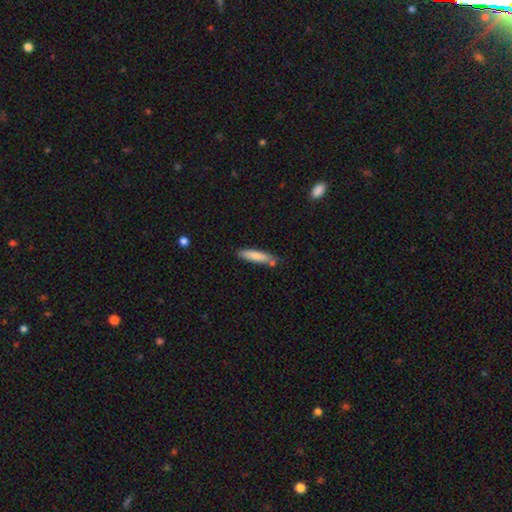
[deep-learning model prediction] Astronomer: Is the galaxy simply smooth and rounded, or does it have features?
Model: smooth — 82%.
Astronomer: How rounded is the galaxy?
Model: cigar-shaped — 81%.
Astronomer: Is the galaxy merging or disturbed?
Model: none — 74%.